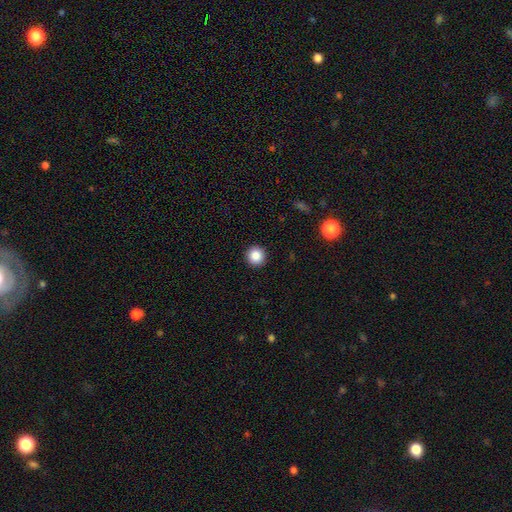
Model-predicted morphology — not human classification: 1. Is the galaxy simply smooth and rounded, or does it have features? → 87% smooth, 10% star or artifact, 3% featured or disk.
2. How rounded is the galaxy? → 95% round, 4% in between, 1% cigar-shaped.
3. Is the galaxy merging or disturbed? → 93% none, 5% minor disturbance, 2% major disturbance, 1% merger.